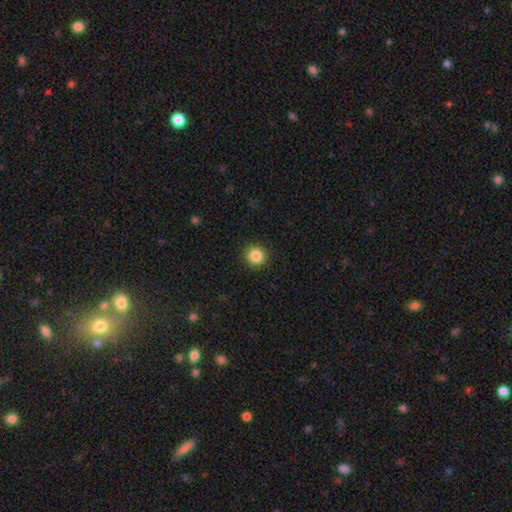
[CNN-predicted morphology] A smooth galaxy with no disk features (86%) that is round (91%). Merging: none (92%).